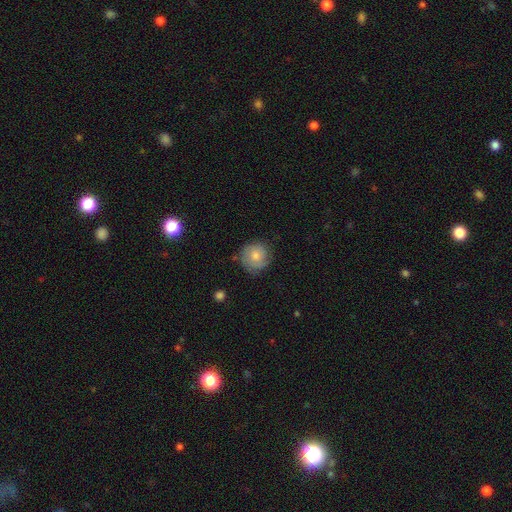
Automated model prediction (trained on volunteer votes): Smooth or featured?
  - smooth: 59% *
  - featured or disk: 34%
  - star or artifact: 8%
How rounded?
  - round: 90% *
  - in between: 9%
  - cigar-shaped: 1%
Merging?
  - none: 73% *
  - minor disturbance: 20%
  - major disturbance: 6%
  - merger: 2%